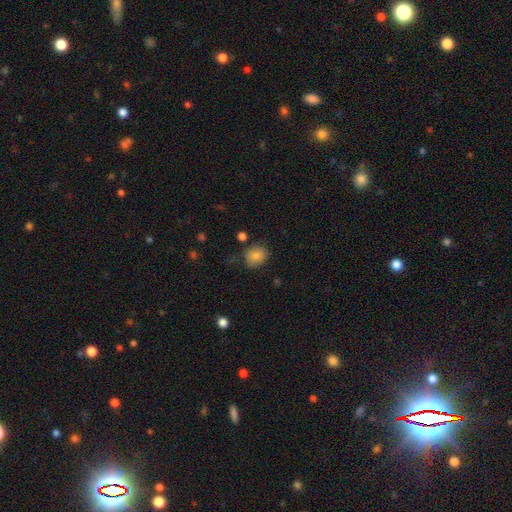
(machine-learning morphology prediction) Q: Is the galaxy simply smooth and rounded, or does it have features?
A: smooth — 83%.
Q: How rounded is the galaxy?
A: round — 69%.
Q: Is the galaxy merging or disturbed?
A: none — 76%.